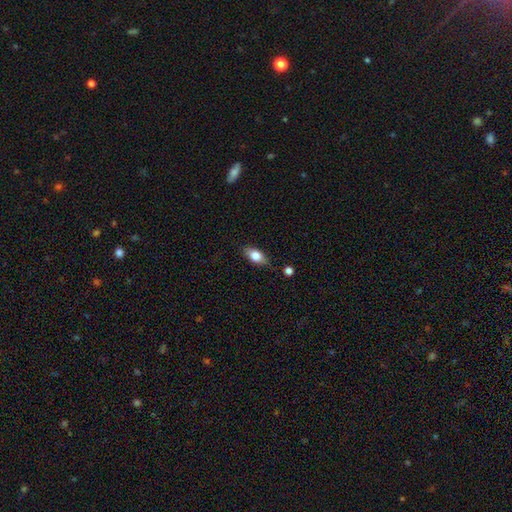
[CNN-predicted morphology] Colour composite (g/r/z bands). It shows a smooth galaxy with no disk features (75%) that is in between round and cigar-shaped (84%). Merging: none (82%).